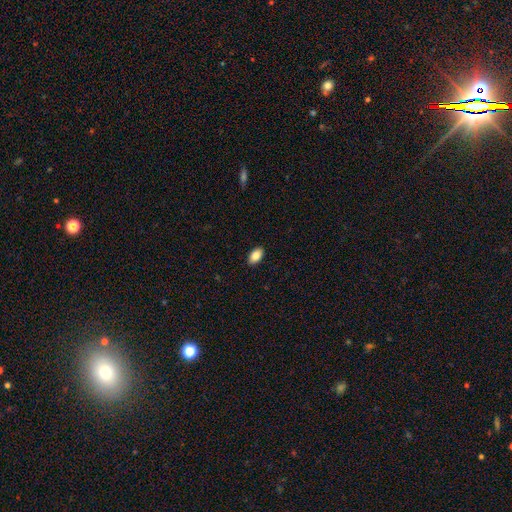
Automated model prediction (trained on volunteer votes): Morphology: type=smooth (85%); roundness=in between (93%); merging=none (90%).